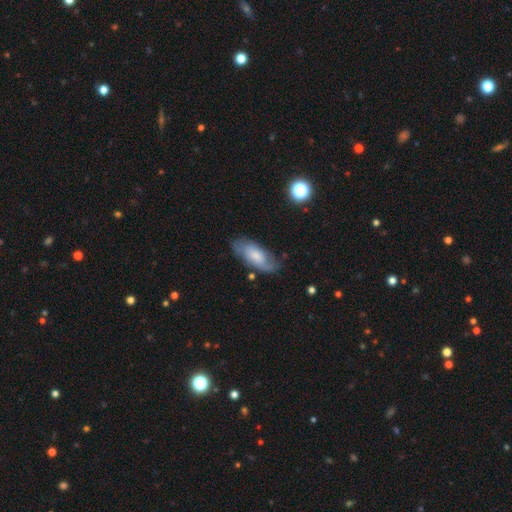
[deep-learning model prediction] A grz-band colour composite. It shows a smooth galaxy with no disk features (56%) that is in between round and cigar-shaped (86%). Merging: none (68%).